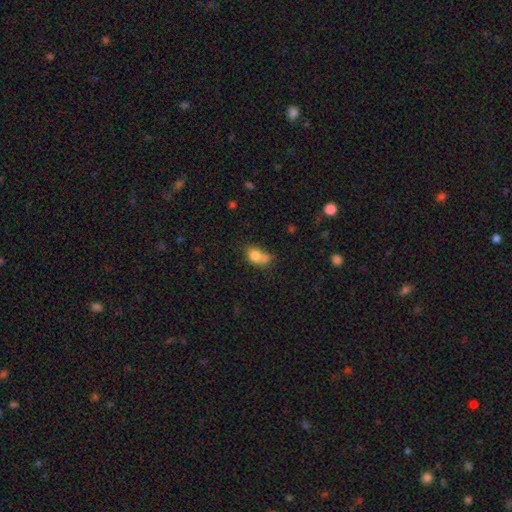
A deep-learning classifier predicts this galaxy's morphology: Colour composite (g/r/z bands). It shows a smooth galaxy with no disk features (77%) that is in between round and cigar-shaped (61%). Merging: merger (34%).